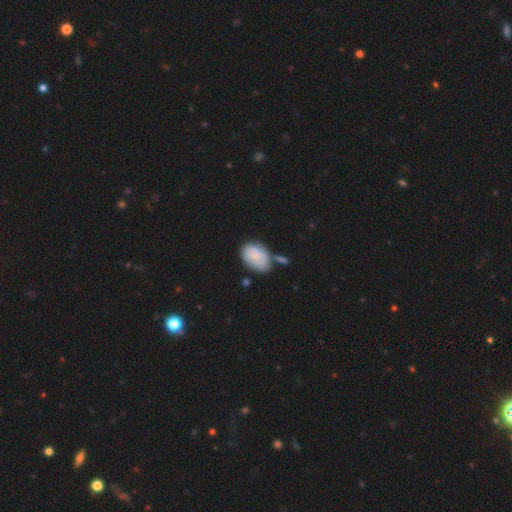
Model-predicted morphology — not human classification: Q: Smooth or featured?
A: smooth (63%); runner-up: featured or disk (30%)
Q: How rounded?
A: in between (84%); runner-up: round (15%)
Q: Merging?
A: none (49%); runner-up: minor disturbance (26%)